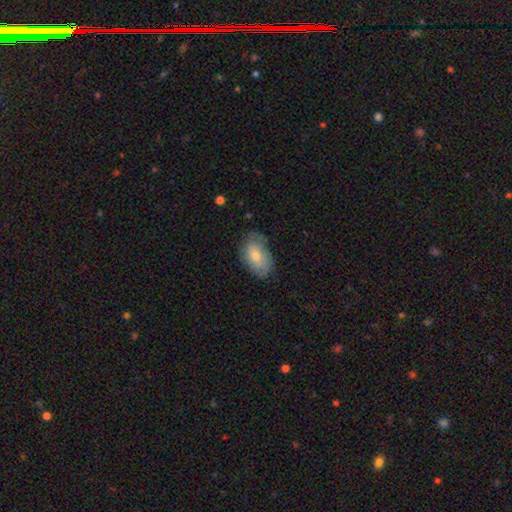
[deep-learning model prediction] smooth 59%, featured or disk 34%, star or artifact 7%. Down the decision tree: how rounded — in between (90%); merging — none (64%).